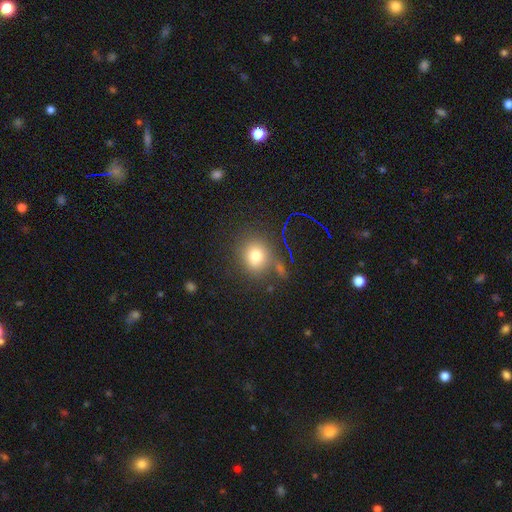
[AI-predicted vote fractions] smooth_or_featured: smooth (p=0.75) [alt: star or artifact p=0.16]
how_rounded: round (p=0.78) [alt: in between p=0.20]
merging: none (p=0.75) [alt: minor disturbance p=0.13]